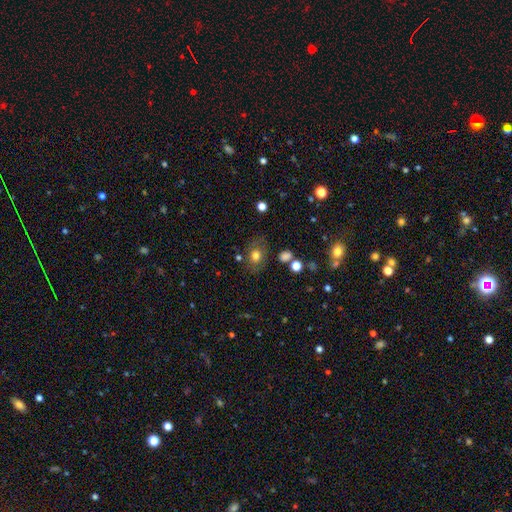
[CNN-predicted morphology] This is likely a smooth galaxy (70%). How rounded: likely in between (61%). Merging: likely none (70%).